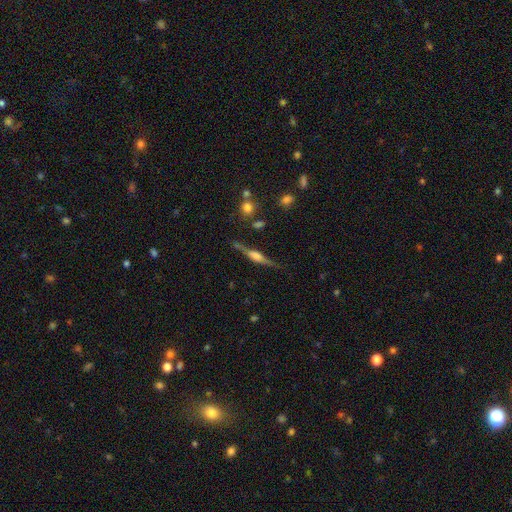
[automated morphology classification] A featured or disk galaxy (72%) viewed edge-on (96%) with a rounded central bulge (62%). Merging: none (78%).